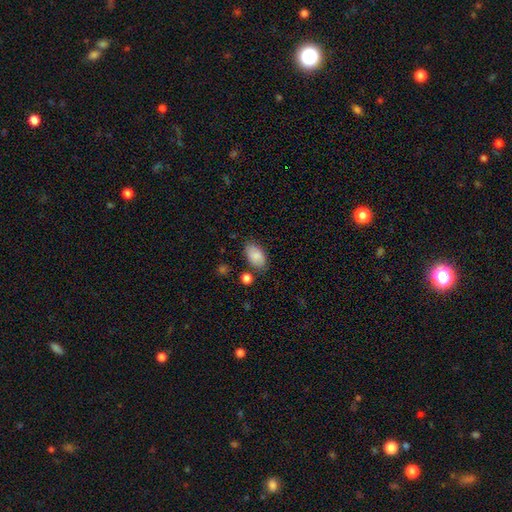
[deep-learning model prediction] Smooth or featured? smooth (85%)
How rounded? in between (93%)
Merging? none (74%)